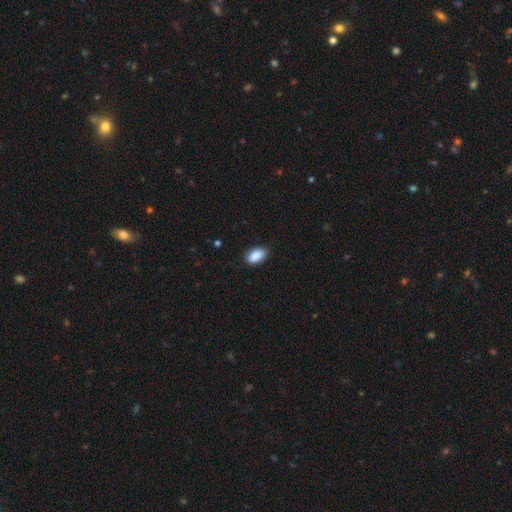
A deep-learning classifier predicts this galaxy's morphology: A smooth galaxy with no disk features (90%) that is in between round and cigar-shaped (93%). Merging: none (85%).